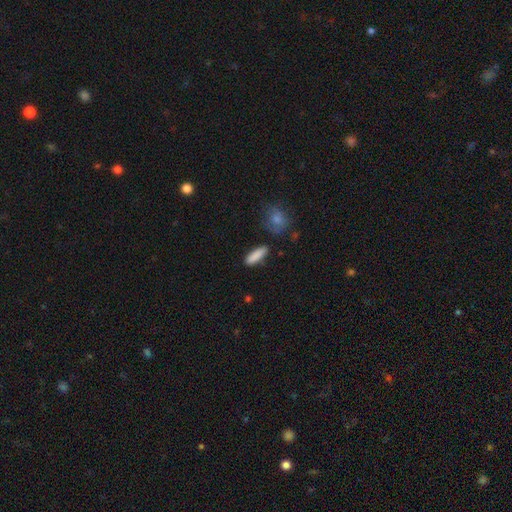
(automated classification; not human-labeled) smooth 88%, star or artifact 6%, featured or disk 6%. Down the decision tree: how rounded — cigar-shaped (55%); merging — none (84%).